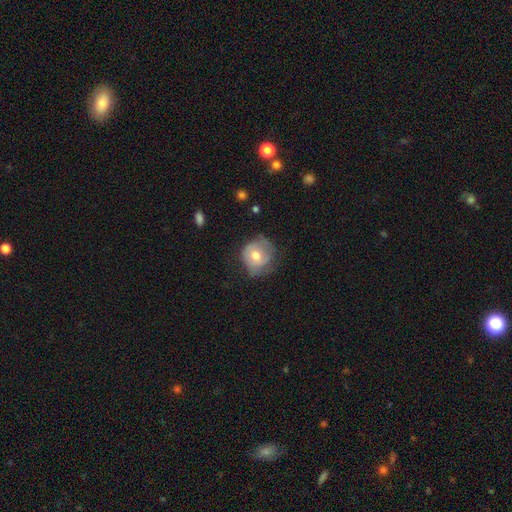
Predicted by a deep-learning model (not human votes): smooth-or-featured: smooth: 59% | featured or disk: 34% | star or artifact: 7%
  how-rounded: round: 82% | in between: 17% | cigar-shaped: 1%
  merging: none: 51% | minor disturbance: 33% | major disturbance: 15% | merger: 2%